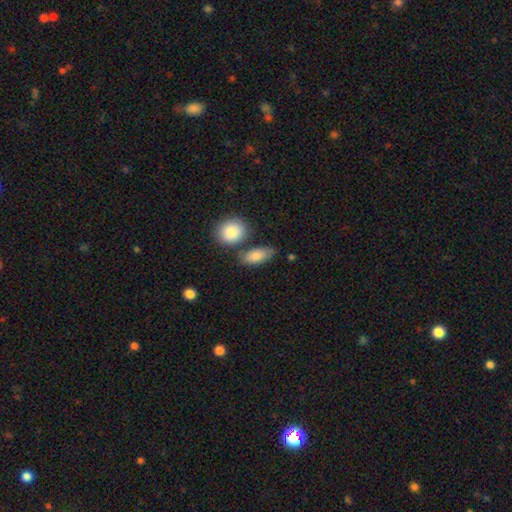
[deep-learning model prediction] This is clearly a smooth galaxy (83%). How rounded: clearly in between (82%). Merging: likely none (64%).